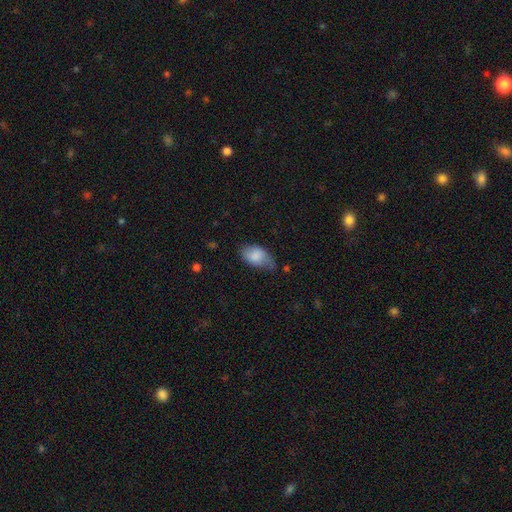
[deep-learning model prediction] This is clearly a smooth galaxy (81%). How rounded: clearly in between (93%). Merging: possibly none (51%).